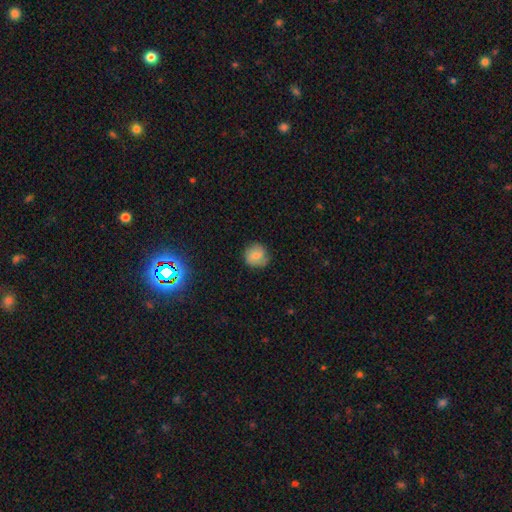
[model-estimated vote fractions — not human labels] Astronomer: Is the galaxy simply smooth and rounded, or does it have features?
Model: smooth — 72%.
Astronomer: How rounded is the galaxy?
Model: round — 90%.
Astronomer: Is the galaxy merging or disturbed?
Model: none — 78%.